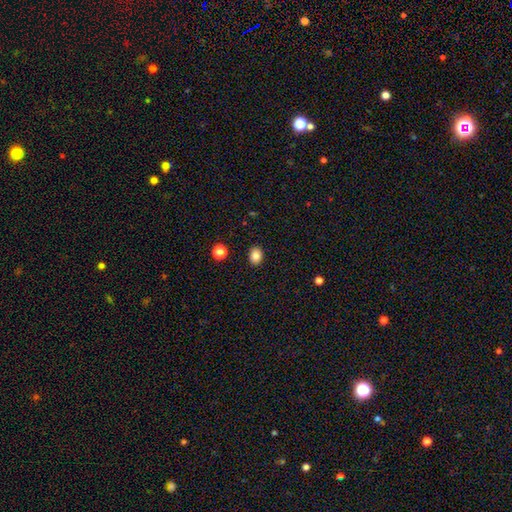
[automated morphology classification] Overall: smooth (86%). How rounded: in between (58%; round 41%). Merging: none (89%).